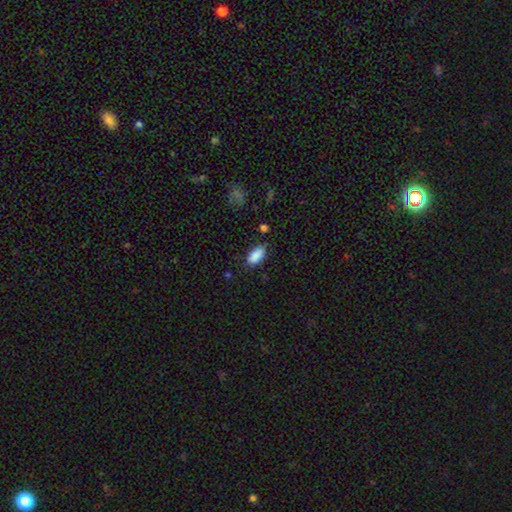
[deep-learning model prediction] Smooth or featured?
  - smooth: 89% *
  - star or artifact: 7%
  - featured or disk: 4%
How rounded?
  - in between: 91% *
  - cigar-shaped: 6%
  - round: 3%
Merging?
  - none: 78% *
  - minor disturbance: 17%
  - major disturbance: 3%
  - merger: 2%